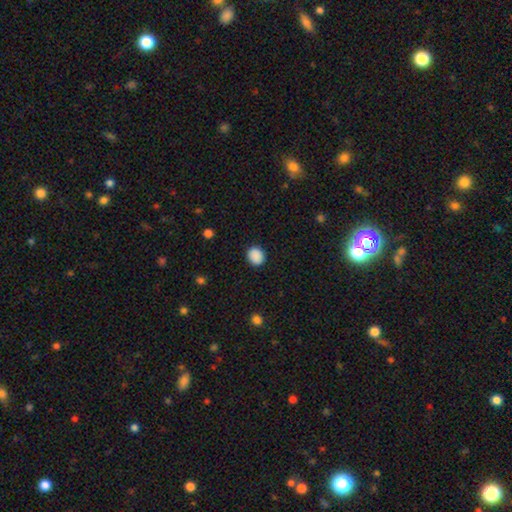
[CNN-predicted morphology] This appears to be a smooth galaxy with no disk features (89%) that is round (68%). Merging: none (90%).